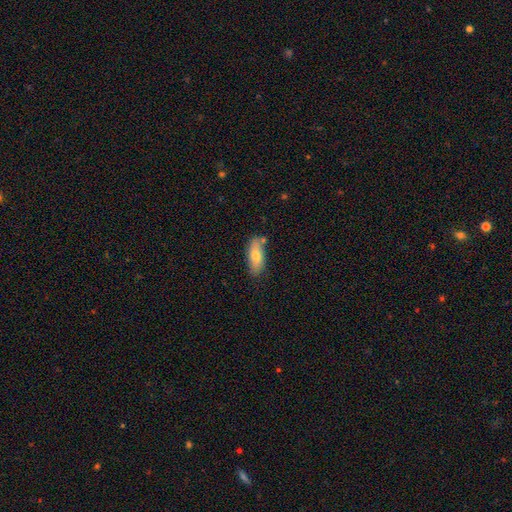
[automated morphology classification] Smooth or featured?
  - smooth: 73% *
  - featured or disk: 21%
  - star or artifact: 6%
How rounded?
  - in between: 78% *
  - cigar-shaped: 19%
  - round: 3%
Merging?
  - none: 75% *
  - minor disturbance: 16%
  - merger: 6%
  - major disturbance: 3%